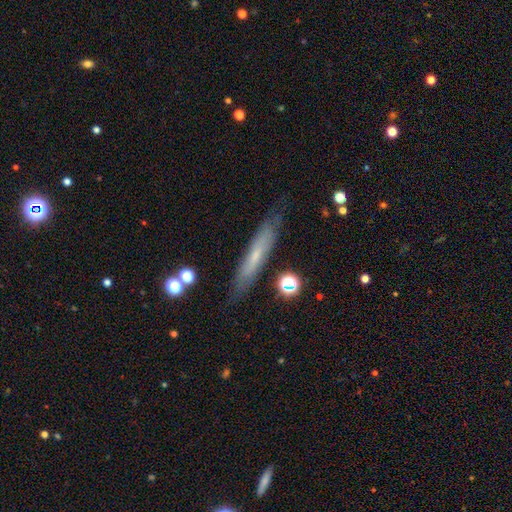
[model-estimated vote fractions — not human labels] Smooth or featured? smooth (47%)
Merging? none (81%)